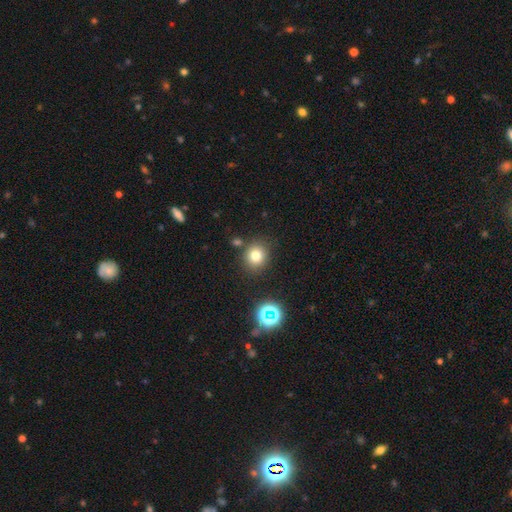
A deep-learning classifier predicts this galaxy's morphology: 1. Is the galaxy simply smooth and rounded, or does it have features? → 76% smooth, 16% star or artifact, 8% featured or disk.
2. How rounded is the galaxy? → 79% round, 20% in between, 1% cigar-shaped.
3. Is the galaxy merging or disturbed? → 80% none, 10% minor disturbance, 6% merger, 3% major disturbance.